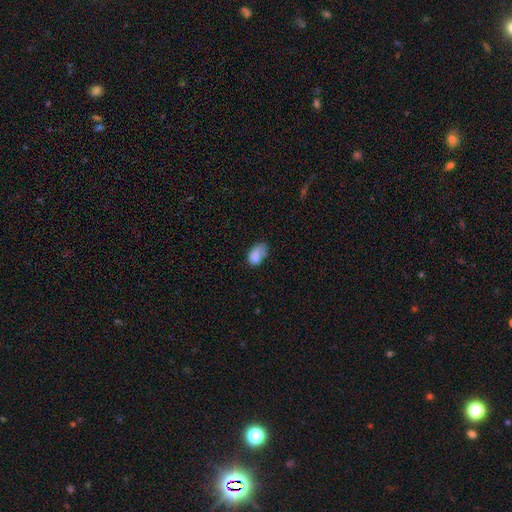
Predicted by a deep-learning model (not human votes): Morphology: type=smooth (78%); roundness=in between (88%); merging=none (46%).